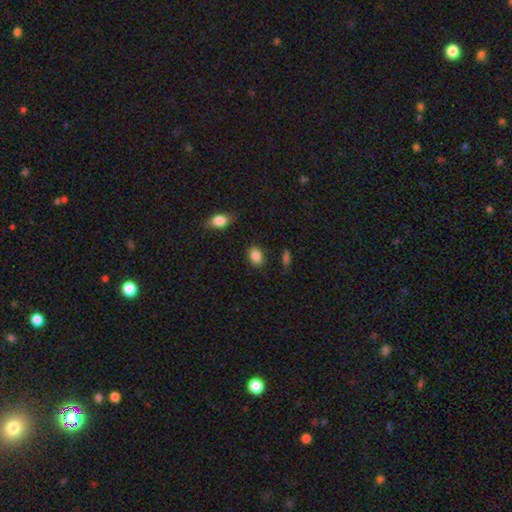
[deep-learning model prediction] smooth 87%, star or artifact 9%, featured or disk 5%. Down the decision tree: how rounded — in between (76%); merging — none (84%).